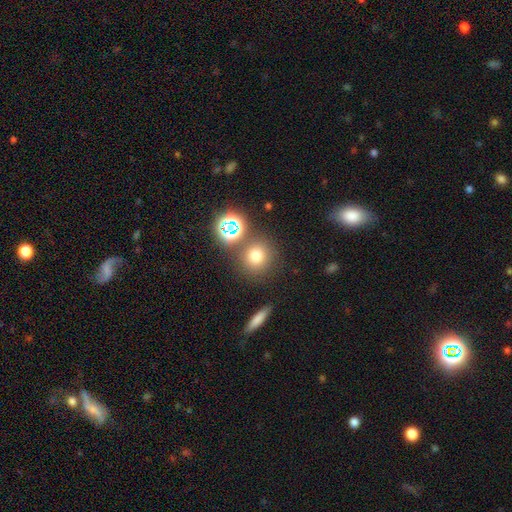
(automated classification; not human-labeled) Overall: smooth (71%). How rounded: round (89%). Merging: none (76%).